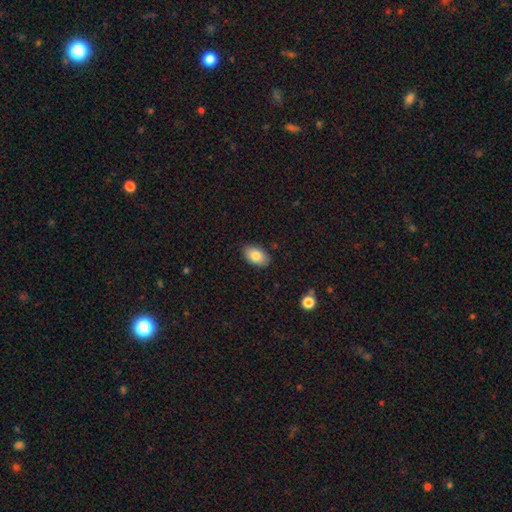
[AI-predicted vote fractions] Smooth or featured?
  - smooth: 82% *
  - featured or disk: 10%
  - star or artifact: 7%
How rounded?
  - in between: 92% *
  - round: 7%
  - cigar-shaped: 1%
Merging?
  - none: 86% *
  - minor disturbance: 11%
  - major disturbance: 2%
  - merger: 1%